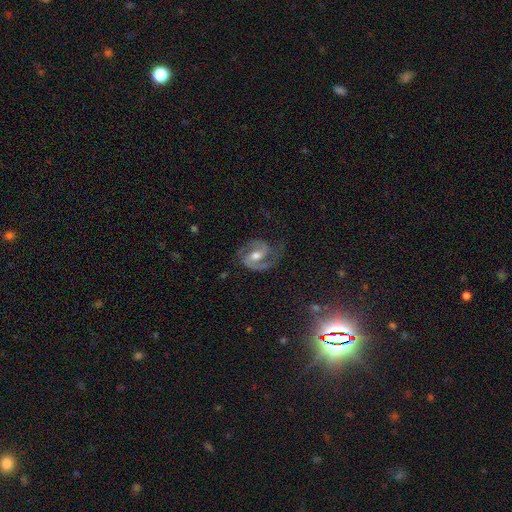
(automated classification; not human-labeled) Smooth or featured: featured or disk — 87% (smooth — 7%)
Edge-on disk: no — 98% (yes — 2%)
Bar: weak — 47% (strong — 28%)
Spiral arms: yes — 97% (no — 3%)
Spiral winding: medium — 56% (tight — 30%)
Spiral arm count: 2 — 89% (1 — 4%)
Bulge size: moderate — 69% (small — 20%)
Merging: none — 70% (minor disturbance — 18%)